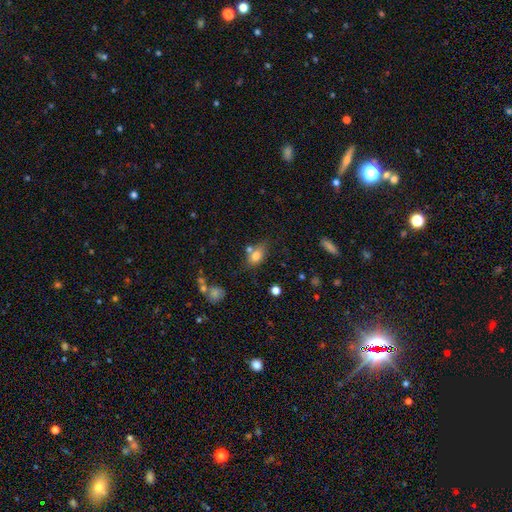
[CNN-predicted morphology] smooth-or-featured: smooth: 77% | featured or disk: 13% | star or artifact: 11%
  how-rounded: in between: 77% | round: 20% | cigar-shaped: 3%
  merging: none: 53% | merger: 21% | minor disturbance: 20% | major disturbance: 7%